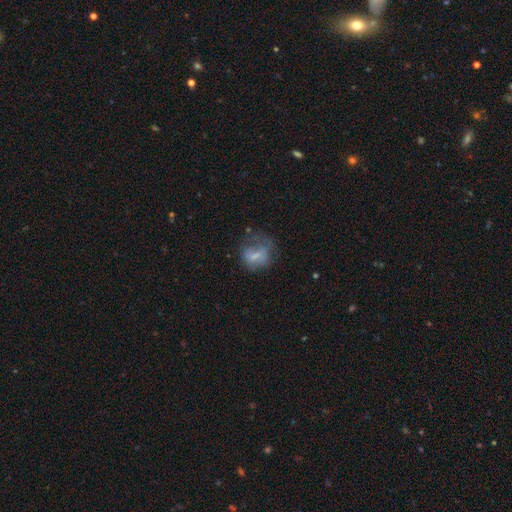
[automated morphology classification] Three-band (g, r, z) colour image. It shows a smooth galaxy with no disk features (55%) that is round (56%). Merging: major disturbance (38%).